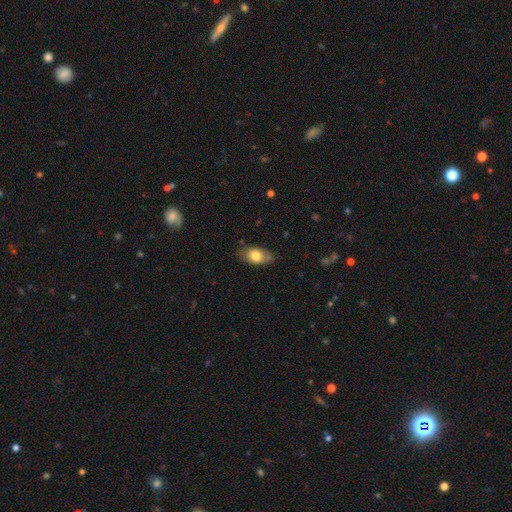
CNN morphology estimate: The model was most divided on "merging": none: 68%, minor disturbance: 24%, major disturbance: 5%, merger: 3%. More confident: how rounded — in between (88%); smooth or featured — smooth (75%).